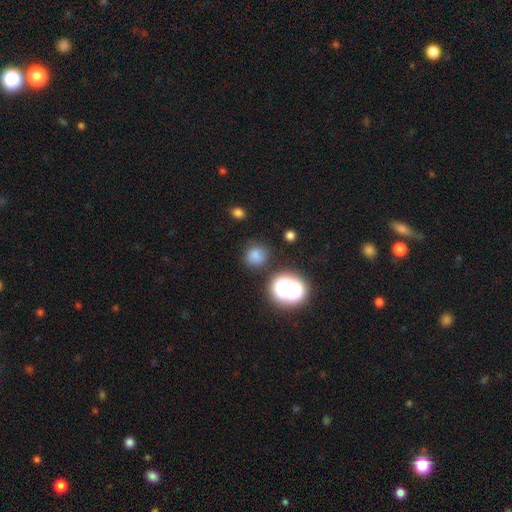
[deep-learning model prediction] Smooth or featured?
  - smooth: 72% *
  - star or artifact: 19%
  - featured or disk: 9%
How rounded?
  - round: 77% *
  - in between: 22%
  - cigar-shaped: 1%
Merging?
  - none: 73% *
  - minor disturbance: 16%
  - major disturbance: 6%
  - merger: 5%